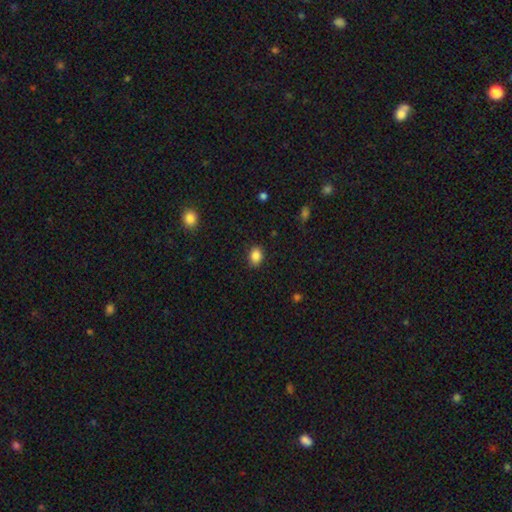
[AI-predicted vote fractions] Smooth or featured? smooth (87%)
How rounded? in between (68%)
Merging? none (87%)